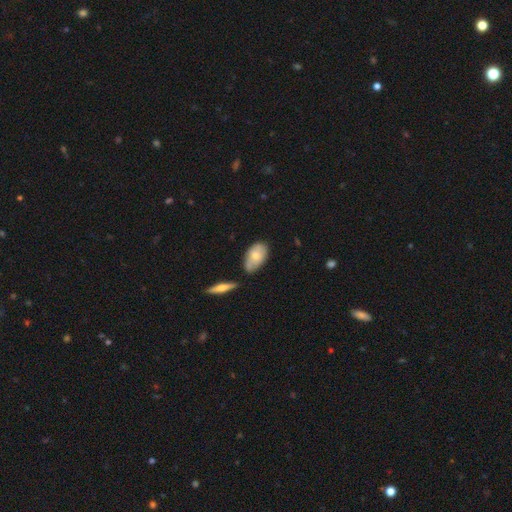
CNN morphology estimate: The model was most divided on "merging": none: 59%, minor disturbance: 27%, merger: 9%, major disturbance: 5%. More confident: how rounded — in between (92%); smooth or featured — smooth (66%).